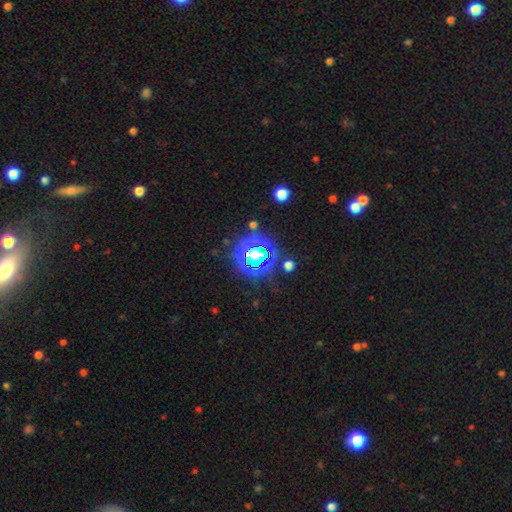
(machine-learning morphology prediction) A star or artifact, not a galaxy (65%).